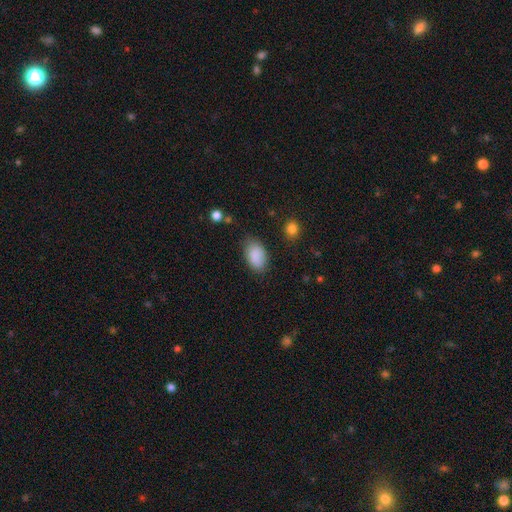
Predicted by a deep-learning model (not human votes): smooth_or_featured: smooth (p=0.87) [alt: star or artifact p=0.07]
how_rounded: in between (p=0.92) [alt: round p=0.07]
merging: none (p=0.75) [alt: minor disturbance p=0.19]